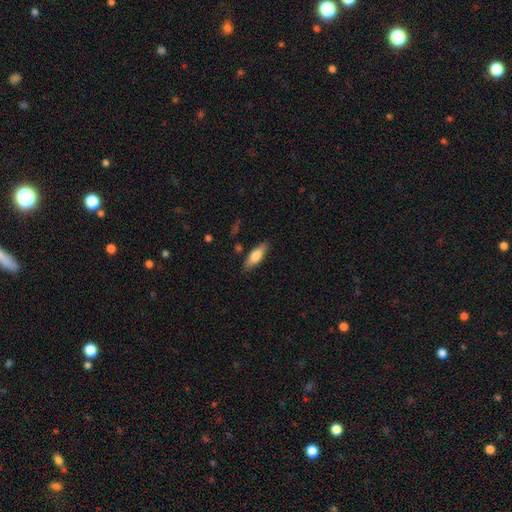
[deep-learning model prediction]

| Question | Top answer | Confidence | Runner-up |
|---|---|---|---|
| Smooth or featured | smooth | 74% | featured or disk (20%) |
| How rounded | in between | 58% | cigar-shaped (40%) |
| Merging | none | 83% | minor disturbance (12%) |